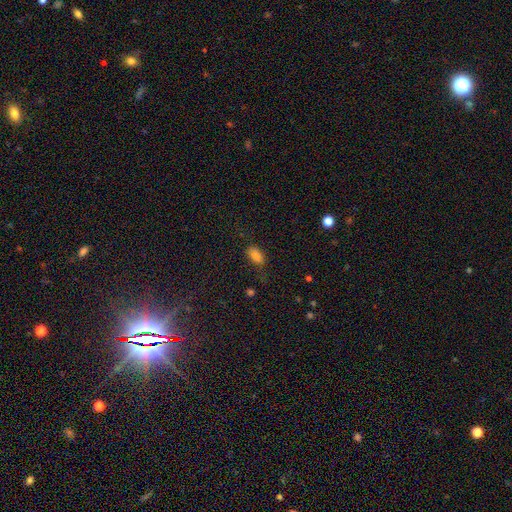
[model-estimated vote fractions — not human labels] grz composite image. It shows a smooth galaxy with no disk features (81%) that is in between round and cigar-shaped (90%). Merging: none (67%).